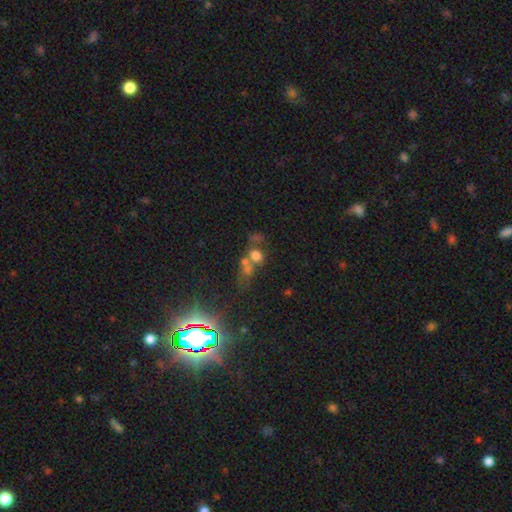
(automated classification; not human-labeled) smooth-or-featured: smooth: 61% | star or artifact: 22% | featured or disk: 18%
  how-rounded: round: 60% | in between: 38% | cigar-shaped: 2%
  merging: merger: 48% | none: 32% | major disturbance: 10% | minor disturbance: 10%